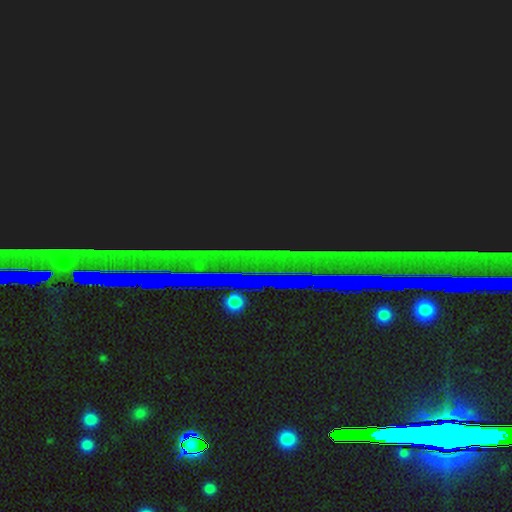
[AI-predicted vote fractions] Smooth or featured: star or artifact — 85% (featured or disk — 8%)